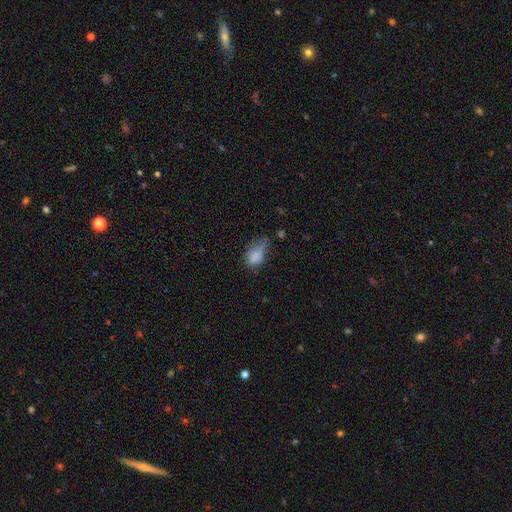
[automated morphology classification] Overall: smooth (79%). How rounded: in between (87%). Merging: minor disturbance (41%; major disturbance 28%).